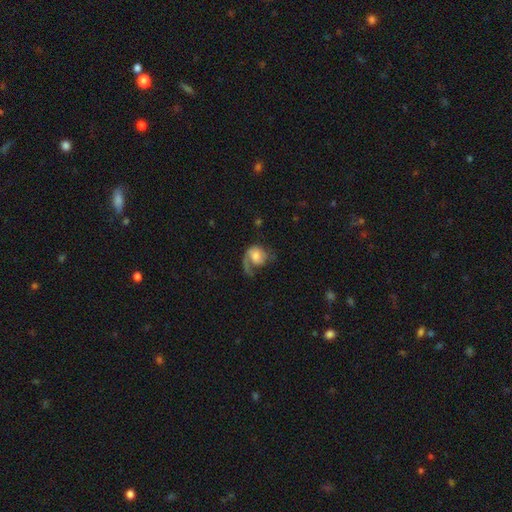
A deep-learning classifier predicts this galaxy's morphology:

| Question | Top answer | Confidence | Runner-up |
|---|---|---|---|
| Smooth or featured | featured or disk | 64% | smooth (29%) |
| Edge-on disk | no | 98% | yes (2%) |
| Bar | no | 67% | weak (28%) |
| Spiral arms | yes | 88% | no (12%) |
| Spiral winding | loose | 41% | medium (37%) |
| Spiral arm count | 1 | 73% | 2 (19%) |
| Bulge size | moderate | 41% | large (24%) |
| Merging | major disturbance | 40% | none (37%) |